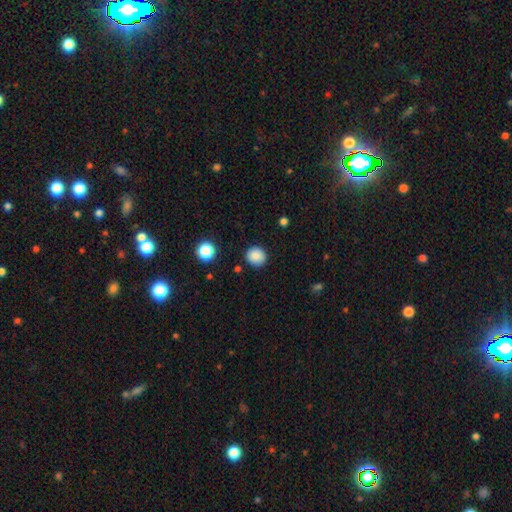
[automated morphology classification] Smooth or featured?
  - smooth: 87% *
  - star or artifact: 10%
  - featured or disk: 4%
How rounded?
  - round: 86% *
  - in between: 13%
  - cigar-shaped: 1%
Merging?
  - none: 87% *
  - minor disturbance: 9%
  - major disturbance: 2%
  - merger: 2%